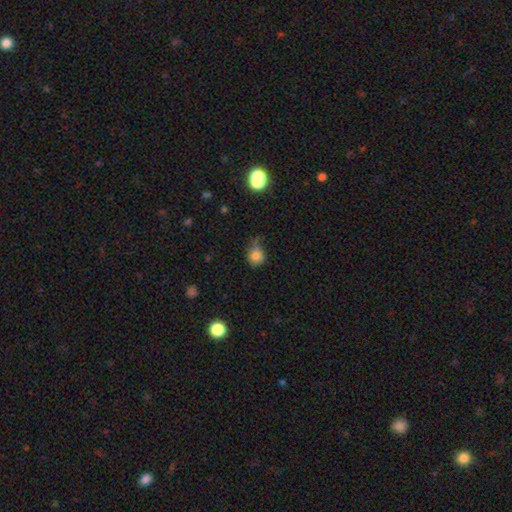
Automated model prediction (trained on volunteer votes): Q: Smooth or featured?
A: smooth (80%); runner-up: star or artifact (12%)
Q: How rounded?
A: round (74%); runner-up: in between (25%)
Q: Merging?
A: none (41%); runner-up: minor disturbance (38%)